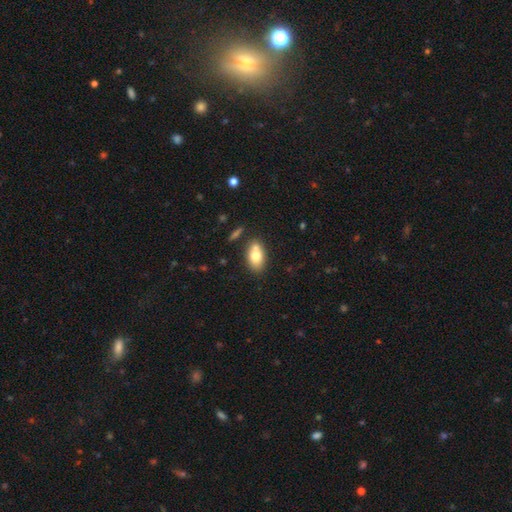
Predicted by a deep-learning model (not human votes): Smooth or featured? Predicted: smooth (p=0.74). How rounded? Predicted: in between (p=0.88). Merging? Predicted: none (p=0.60).